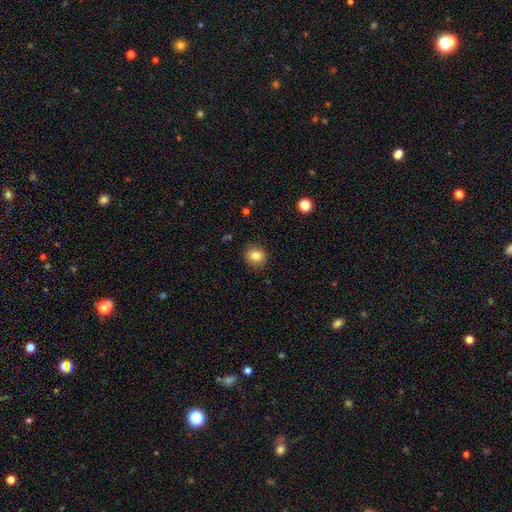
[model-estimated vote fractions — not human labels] Morphology: type=smooth (84%); roundness=round (76%); merging=none (86%).